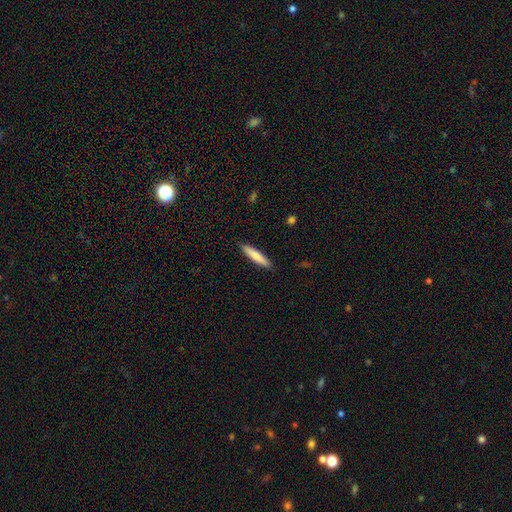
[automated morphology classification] Smooth or featured? Predicted: smooth (p=0.77). How rounded? Predicted: cigar-shaped (p=0.86). Merging? Predicted: none (p=0.90).